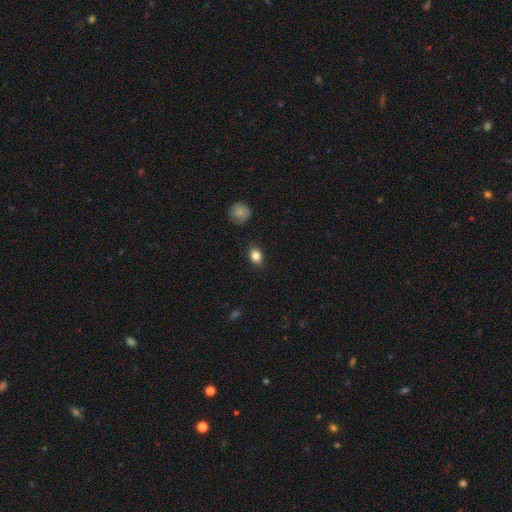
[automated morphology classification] type=smooth (83%); roundness=in between (59%); merging=none (87%).